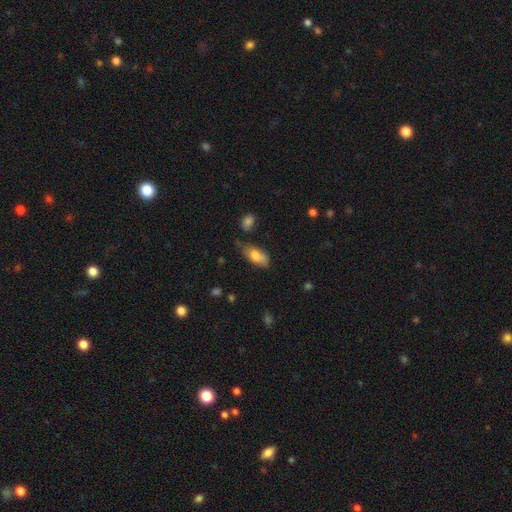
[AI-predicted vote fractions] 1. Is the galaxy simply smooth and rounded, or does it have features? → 73% smooth, 20% featured or disk, 7% star or artifact.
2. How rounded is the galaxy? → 87% in between, 10% cigar-shaped, 4% round.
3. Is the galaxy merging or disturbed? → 48% none, 33% minor disturbance, 11% major disturbance, 7% merger.